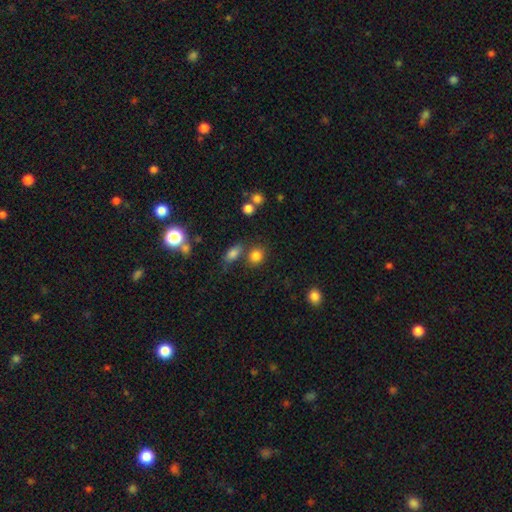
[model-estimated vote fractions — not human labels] Smooth or featured? Predicted: smooth (p=0.81). How rounded? Predicted: round (p=0.69). Merging? Predicted: none (p=0.64).